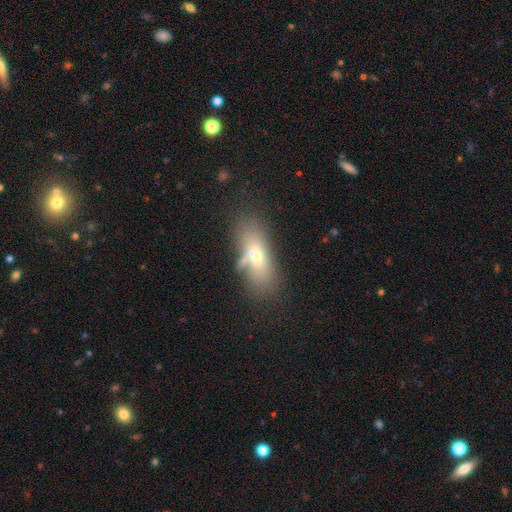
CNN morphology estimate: Smooth or featured?
  - smooth: 62% *
  - featured or disk: 26%
  - star or artifact: 12%
How rounded?
  - in between: 73% *
  - cigar-shaped: 21%
  - round: 6%
Merging?
  - none: 54% *
  - minor disturbance: 20%
  - merger: 16%
  - major disturbance: 11%